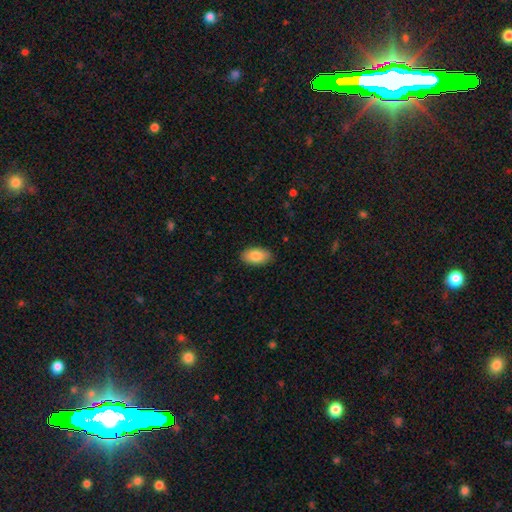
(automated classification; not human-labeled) Smooth or featured?
  - smooth: 84% *
  - featured or disk: 10%
  - star or artifact: 7%
How rounded?
  - in between: 94% *
  - round: 4%
  - cigar-shaped: 2%
Merging?
  - none: 87% *
  - minor disturbance: 10%
  - major disturbance: 2%
  - merger: 1%